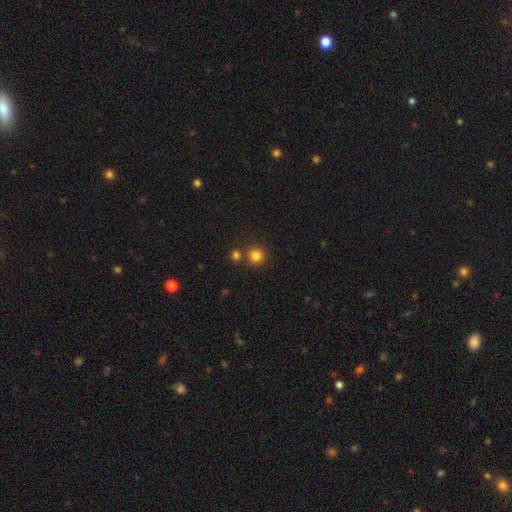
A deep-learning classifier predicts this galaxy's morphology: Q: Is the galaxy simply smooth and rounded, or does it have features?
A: smooth — 82%.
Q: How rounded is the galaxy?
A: round — 93%.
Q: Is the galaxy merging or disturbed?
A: none — 76%.